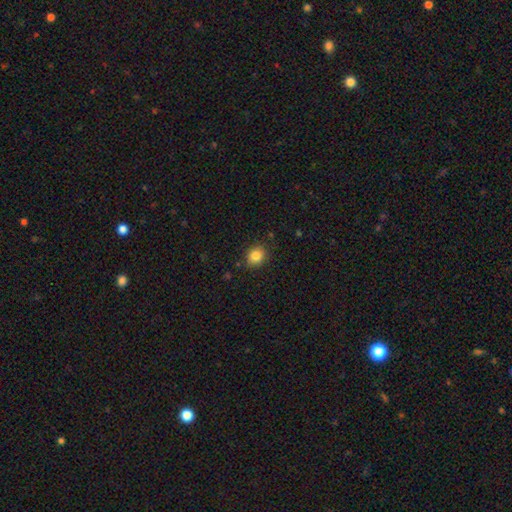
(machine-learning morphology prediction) type=smooth (84%); roundness=round (67%); merging=none (86%).